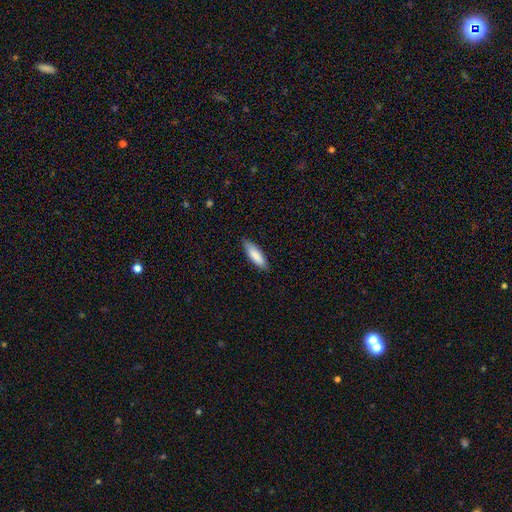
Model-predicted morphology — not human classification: smooth-or-featured: smooth: 85% | featured or disk: 10% | star or artifact: 5%
  how-rounded: in between: 50% | cigar-shaped: 48% | round: 1%
  merging: none: 85% | minor disturbance: 12% | major disturbance: 2% | merger: 1%